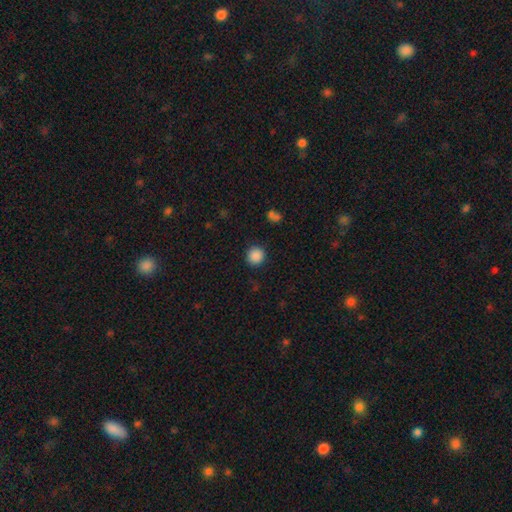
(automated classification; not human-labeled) Q: Smooth or featured?
A: smooth (88%); runner-up: star or artifact (10%)
Q: How rounded?
A: round (93%); runner-up: in between (6%)
Q: Merging?
A: none (91%); runner-up: minor disturbance (6%)